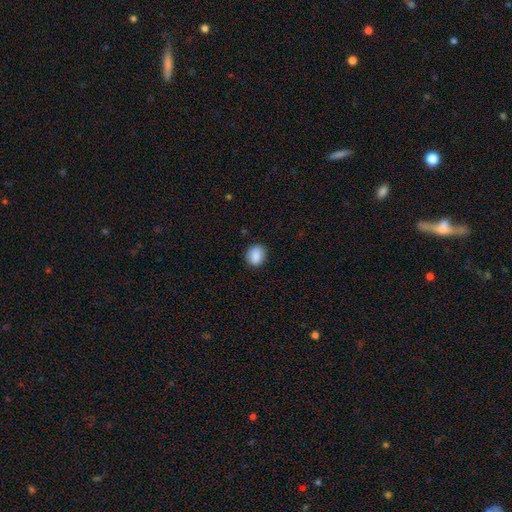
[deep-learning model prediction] Smooth or featured?
  - smooth: 87% *
  - star or artifact: 8%
  - featured or disk: 6%
How rounded?
  - round: 56% *
  - in between: 43%
  - cigar-shaped: 1%
Merging?
  - none: 85% *
  - minor disturbance: 11%
  - major disturbance: 3%
  - merger: 1%